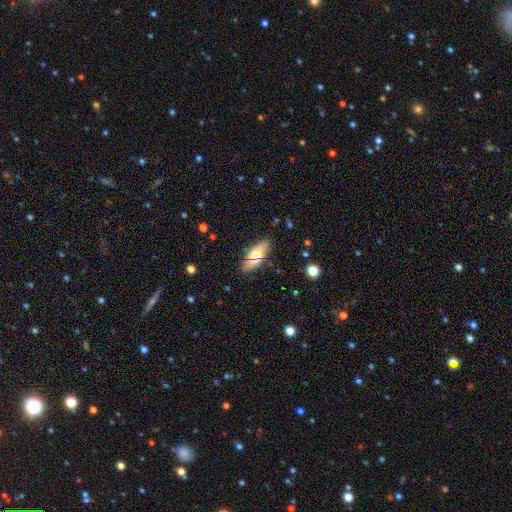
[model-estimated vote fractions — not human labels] smooth-or-featured: smooth: 63% | featured or disk: 28% | star or artifact: 10%
  how-rounded: in between: 62% | cigar-shaped: 34% | round: 4%
  merging: none: 83% | minor disturbance: 11% | merger: 4% | major disturbance: 3%